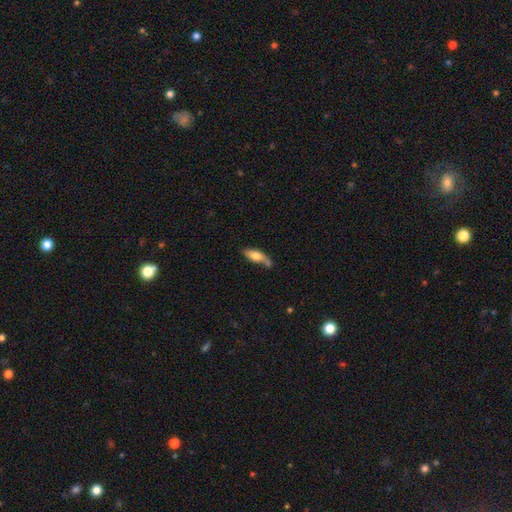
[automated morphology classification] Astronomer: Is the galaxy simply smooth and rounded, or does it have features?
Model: smooth — 68%.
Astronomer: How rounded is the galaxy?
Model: in between — 67%.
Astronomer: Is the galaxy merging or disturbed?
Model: none — 48% (runner-up: minor disturbance, 26%).